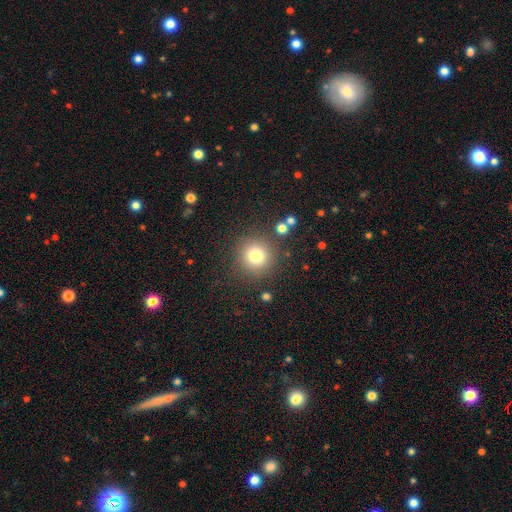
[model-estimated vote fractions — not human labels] Smooth or featured? Predicted: smooth (p=0.79). How rounded? Predicted: round (p=0.94). Merging? Predicted: none (p=0.86).